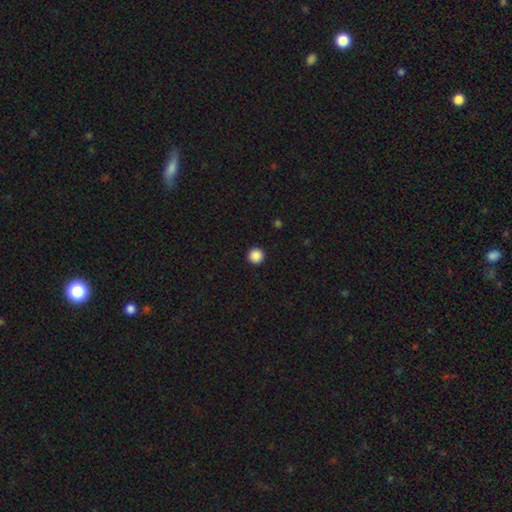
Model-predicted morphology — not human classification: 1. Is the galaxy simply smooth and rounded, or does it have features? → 88% smooth, 10% star or artifact, 2% featured or disk.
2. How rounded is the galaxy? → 96% round, 3% in between, 1% cigar-shaped.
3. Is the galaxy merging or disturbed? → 93% none, 4% minor disturbance, 2% major disturbance, 1% merger.